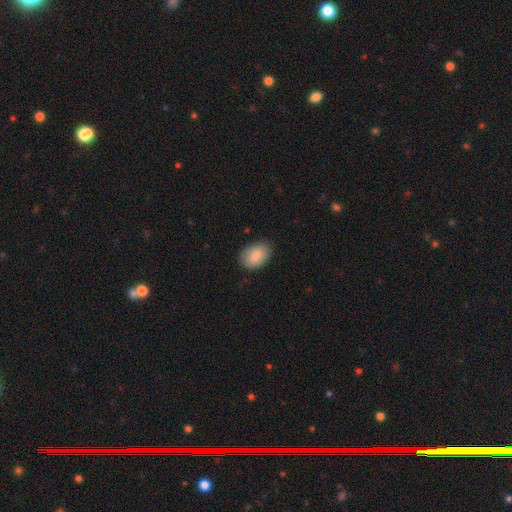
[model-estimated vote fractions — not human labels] Smooth or featured? Predicted: smooth (p=0.84). How rounded? Predicted: in between (p=0.81). Merging? Predicted: none (p=0.83).